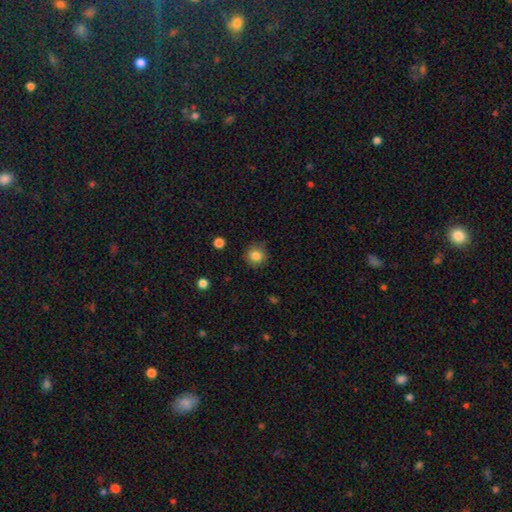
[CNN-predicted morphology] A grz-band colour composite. It shows a smooth galaxy with no disk features (84%) that is round (91%). Merging: none (86%).